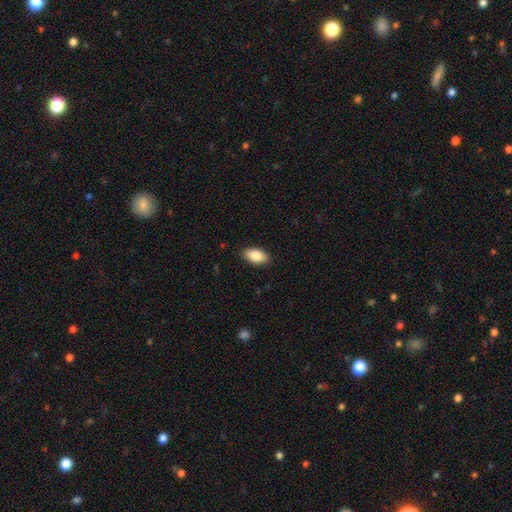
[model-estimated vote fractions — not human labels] smooth_or_featured: smooth (p=0.86) [alt: featured or disk p=0.07]
how_rounded: in between (p=0.94) [alt: round p=0.04]
merging: none (p=0.88) [alt: minor disturbance p=0.09]